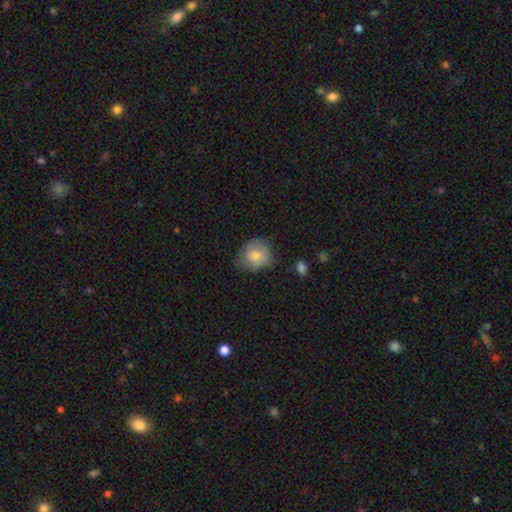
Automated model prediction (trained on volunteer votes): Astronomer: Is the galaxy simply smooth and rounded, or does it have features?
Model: smooth — 73%.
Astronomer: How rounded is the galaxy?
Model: round — 74%.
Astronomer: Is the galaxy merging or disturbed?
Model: none — 62%.